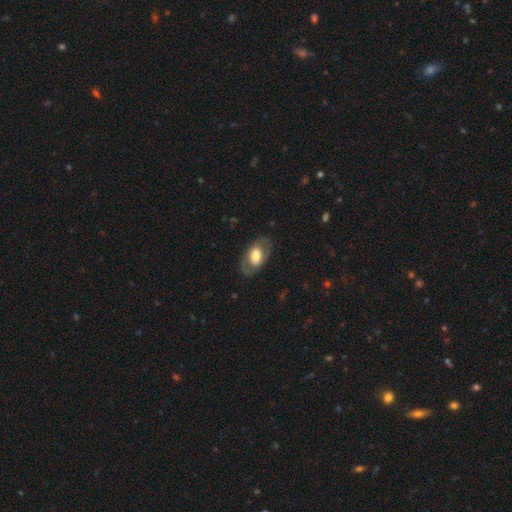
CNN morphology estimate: featured or disk 51%, smooth 43%, star or artifact 6%. Down the decision tree: edge-on disk — no (90%); merging — none (78%).